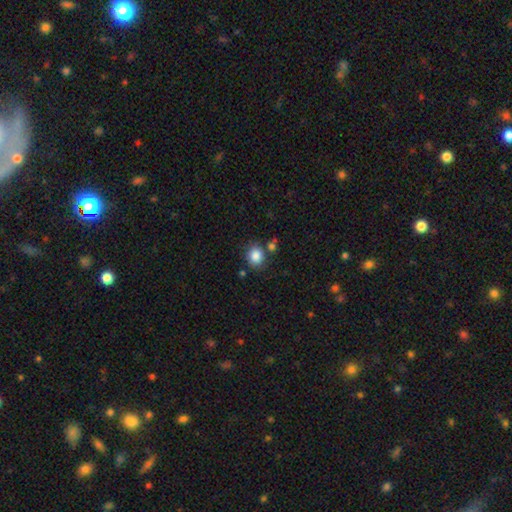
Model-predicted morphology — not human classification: A smooth galaxy with no disk features (86%) that is round (72%).

Vote fractions:
- Smooth or featured? smooth: 86% / star or artifact: 10% / featured or disk: 5%
- How rounded? round: 72% / in between: 28% / cigar-shaped: 1%
- Merging? none: 75% / minor disturbance: 12% / merger: 9% / major disturbance: 4%